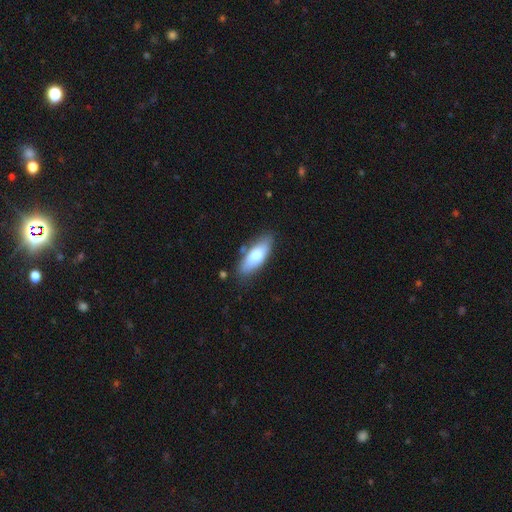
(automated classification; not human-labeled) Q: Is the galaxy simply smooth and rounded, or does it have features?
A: smooth — 73%.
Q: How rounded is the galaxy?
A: in between — 71%.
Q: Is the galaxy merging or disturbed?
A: none — 82%.